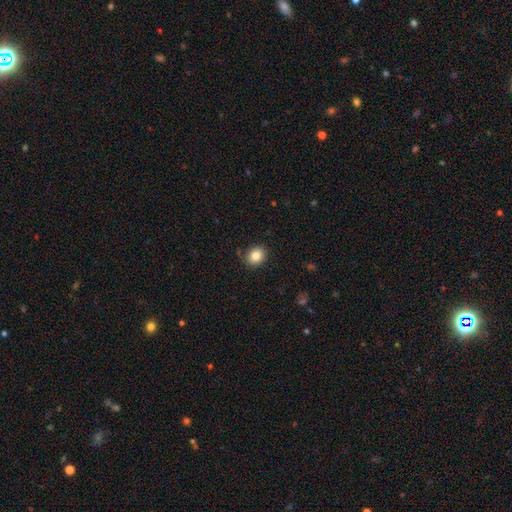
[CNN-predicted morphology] This is clearly a smooth galaxy (84%). How rounded: likely round (60%). Merging: clearly none (86%).